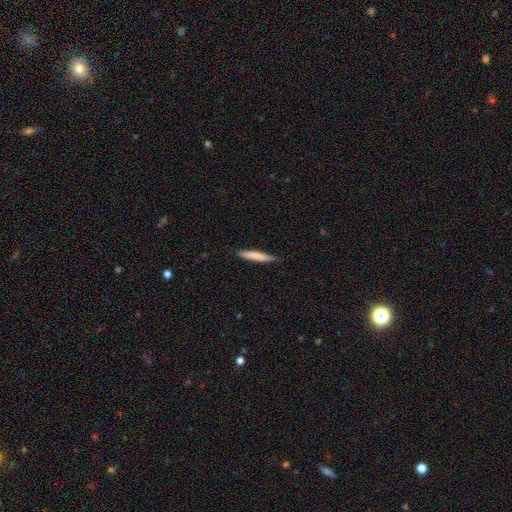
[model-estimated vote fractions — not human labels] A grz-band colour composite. It shows a smooth galaxy with no disk features (77%) that is cigar-shaped (92%). Merging: none (85%).